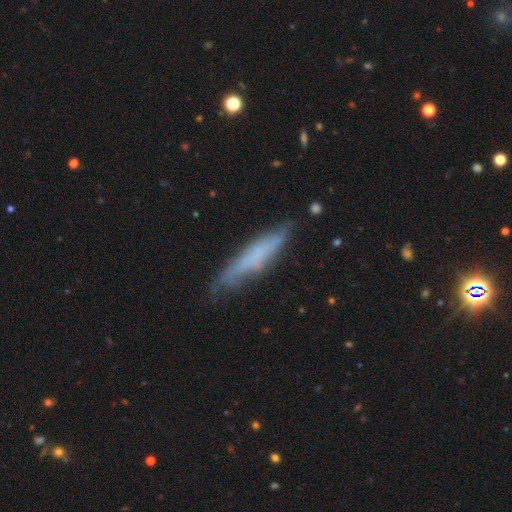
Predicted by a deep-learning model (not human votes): Smooth or featured? Predicted: smooth (p=0.50). How rounded? Predicted: cigar-shaped (p=0.86). Merging? Predicted: none (p=0.66).